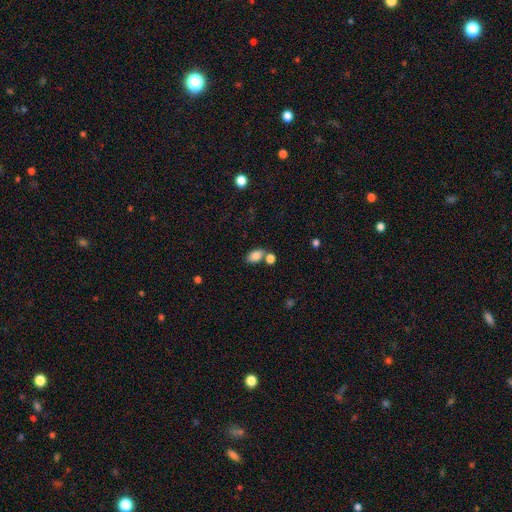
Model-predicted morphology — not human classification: A smooth galaxy with no disk features (83%) that is in between round and cigar-shaped (87%). Merging: none (59%).